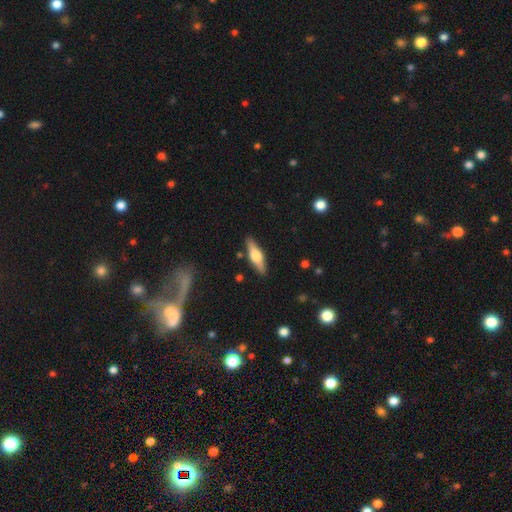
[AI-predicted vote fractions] This is possibly a featured or disk galaxy (54%). It is clearly viewed edge-on (94%). Edge-on bulge: clearly rounded (93%). Merging: clearly none (88%).